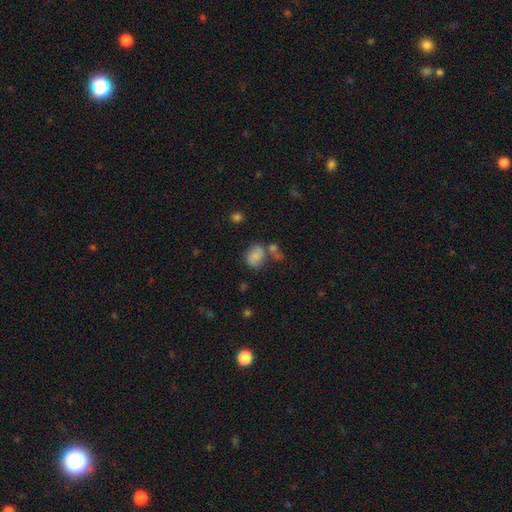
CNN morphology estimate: type=smooth (64%); roundness=in between (61%); merging=none (43%).